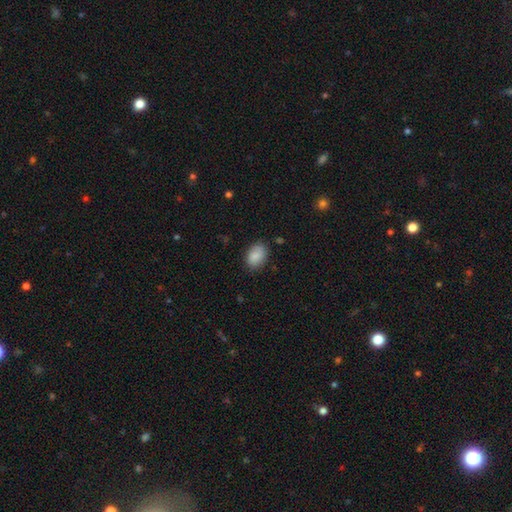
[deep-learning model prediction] A smooth galaxy with no disk features (88%) that is in between round and cigar-shaped (84%).

Vote fractions:
- Smooth or featured? smooth: 88% / star or artifact: 7% / featured or disk: 5%
- How rounded? in between: 84% / round: 15% / cigar-shaped: 1%
- Merging? none: 82% / minor disturbance: 14% / major disturbance: 3% / merger: 1%